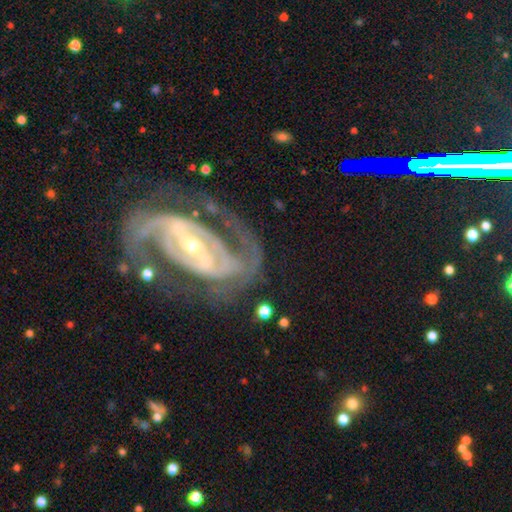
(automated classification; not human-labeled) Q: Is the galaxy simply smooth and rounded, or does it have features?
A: featured or disk — 91%.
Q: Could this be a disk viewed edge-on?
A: no — 96%.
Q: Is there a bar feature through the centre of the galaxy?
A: strong — 62%.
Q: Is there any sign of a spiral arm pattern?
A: yes — 97%.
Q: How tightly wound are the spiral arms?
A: medium — 47%.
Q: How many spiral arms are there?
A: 2 — 83%.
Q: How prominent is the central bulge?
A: small — 63%.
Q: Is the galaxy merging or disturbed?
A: none — 67%.